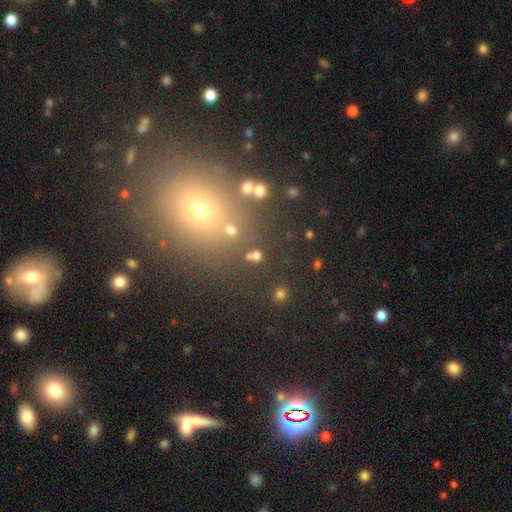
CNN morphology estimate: smooth_or_featured: smooth (p=0.68) [alt: star or artifact p=0.24]
how_rounded: round (p=0.80) [alt: in between p=0.19]
merging: none (p=0.74) [alt: merger p=0.12]